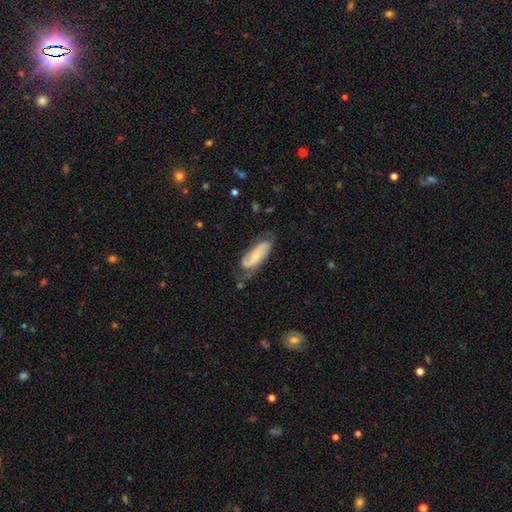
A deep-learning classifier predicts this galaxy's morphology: Smooth or featured?
  - featured or disk: 63% *
  - smooth: 32%
  - star or artifact: 6%
Edge-on disk?
  - no: 89% *
  - yes: 11%
Bar?
  - no: 61% *
  - weak: 27%
  - strong: 11%
Spiral arms?
  - yes: 86% *
  - no: 14%
Bulge size?
  - small: 56% *
  - moderate: 38%
  - none: 3%
  - large: 2%
  - dominant: 1%
Merging?
  - none: 57% *
  - minor disturbance: 29%
  - major disturbance: 12%
  - merger: 2%